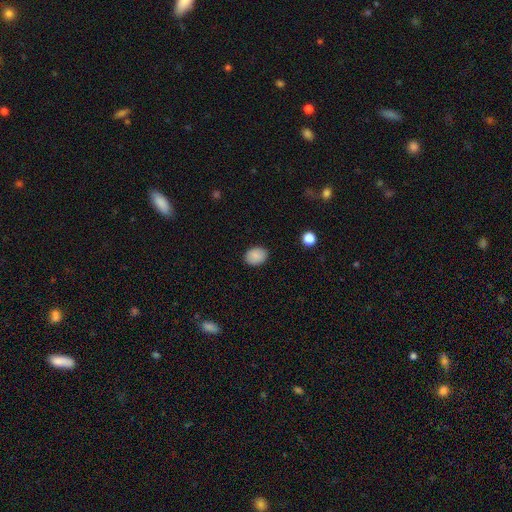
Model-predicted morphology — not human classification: Smooth or featured? Predicted: smooth (p=0.89). How rounded? Predicted: in between (p=0.63). Merging? Predicted: none (p=0.88).